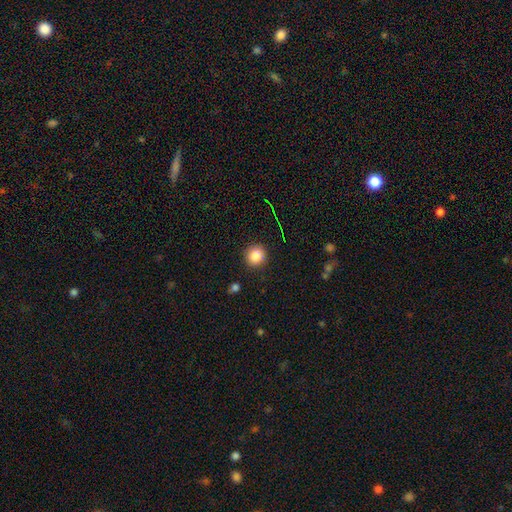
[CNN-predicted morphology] type=smooth (84%); roundness=round (88%); merging=none (89%).